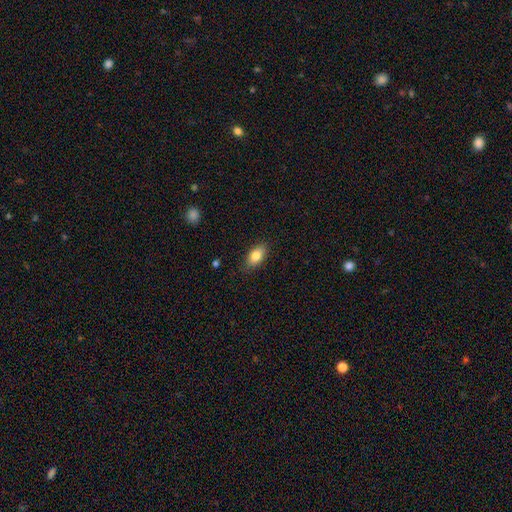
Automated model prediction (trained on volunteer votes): Smooth or featured: smooth — 81% (featured or disk — 11%)
How rounded: in between — 88% (round — 7%)
Merging: none — 85% (minor disturbance — 12%)